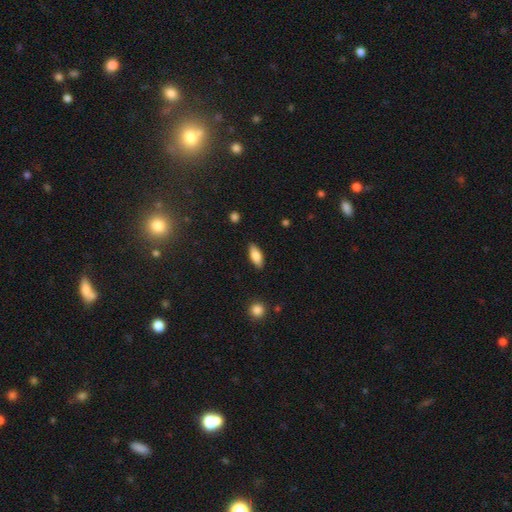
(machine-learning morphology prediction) Smooth or featured? smooth (79%)
How rounded? in between (78%)
Merging? none (87%)